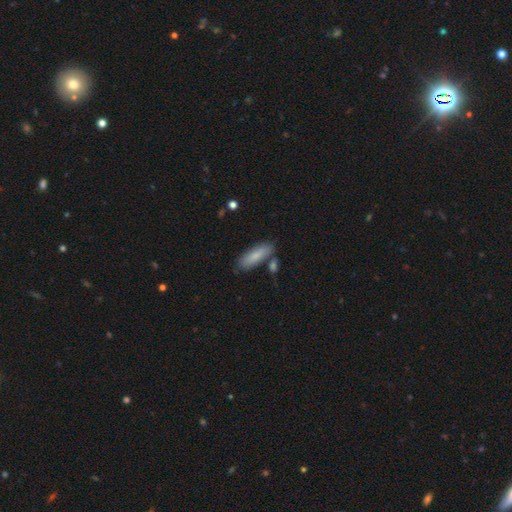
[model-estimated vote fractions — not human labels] Smooth or featured? Predicted: smooth (p=0.82). How rounded? Predicted: in between (p=0.54). Merging? Predicted: none (p=0.75).